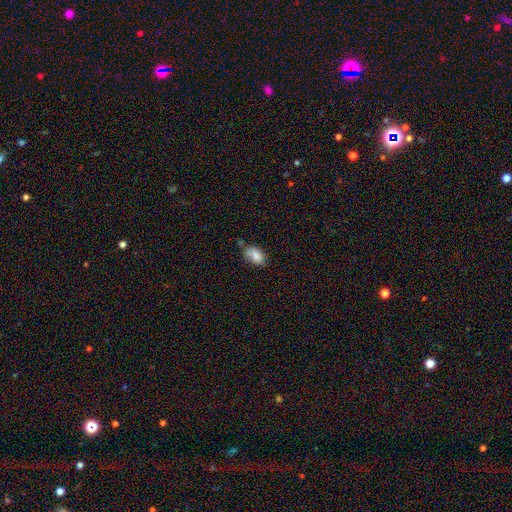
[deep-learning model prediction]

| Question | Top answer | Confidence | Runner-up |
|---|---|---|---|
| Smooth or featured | smooth | 82% | featured or disk (10%) |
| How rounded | in between | 89% | round (9%) |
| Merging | none | 54% | minor disturbance (30%) |